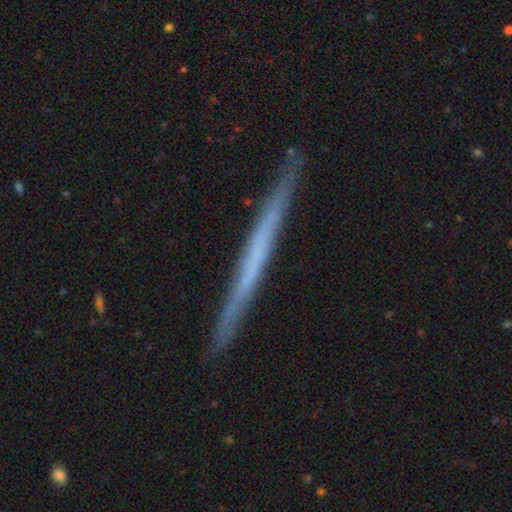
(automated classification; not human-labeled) A featured or disk galaxy (60%) viewed edge-on (97%) with no central bulge (91%).

Vote fractions:
- Smooth or featured? featured or disk: 60% / smooth: 33% / star or artifact: 7%
- Edge-on disk? yes: 97% / no: 3%
- Edge-on bulge? none: 91% / rounded: 5% / boxy: 4%
- Merging? none: 91% / minor disturbance: 7% / major disturbance: 1% / merger: 1%